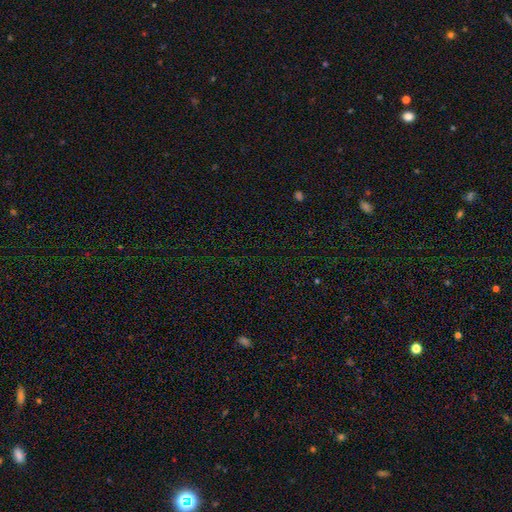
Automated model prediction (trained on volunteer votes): A star or artifact, not a galaxy (75%).

Vote fractions:
- Smooth or featured? star or artifact: 75% / smooth: 16% / featured or disk: 10%